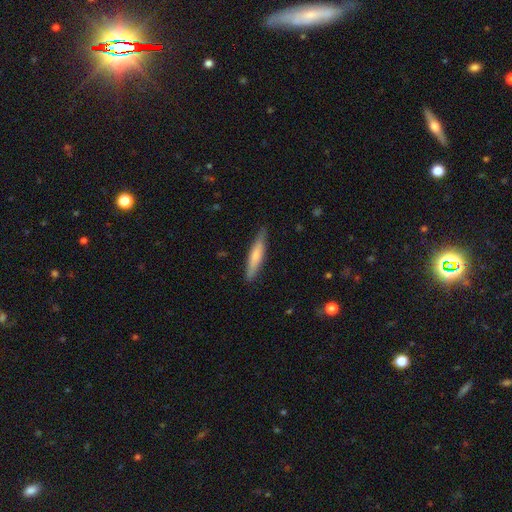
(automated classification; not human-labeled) This appears to be a smooth galaxy with no disk features (66%) that is cigar-shaped (88%). Merging: none (87%).